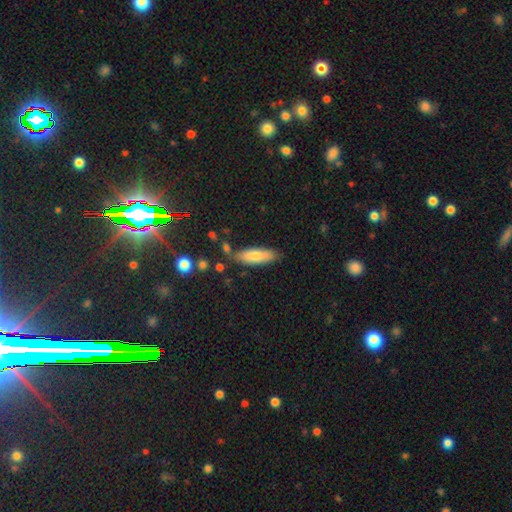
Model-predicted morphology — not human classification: Smooth or featured?
  - smooth: 75% *
  - featured or disk: 18%
  - star or artifact: 7%
How rounded?
  - cigar-shaped: 50% *
  - in between: 48%
  - round: 2%
Merging?
  - none: 78% *
  - minor disturbance: 15%
  - merger: 4%
  - major disturbance: 3%